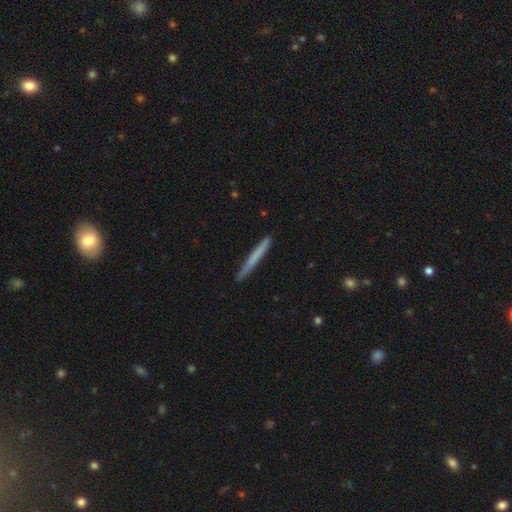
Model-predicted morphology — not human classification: smooth-or-featured: smooth: 65% | featured or disk: 30% | star or artifact: 5%
  how-rounded: cigar-shaped: 97% | in between: 2% | round: 1%
  merging: none: 90% | minor disturbance: 8% | major disturbance: 1% | merger: 1%